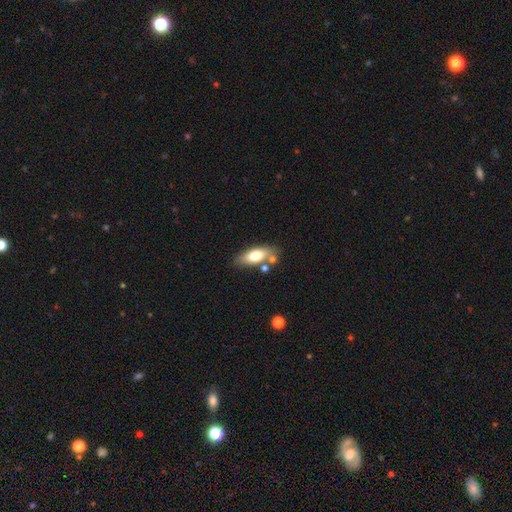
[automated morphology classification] This appears to be a smooth galaxy with no disk features (71%) that is in between round and cigar-shaped (76%). Merging: none (67%).